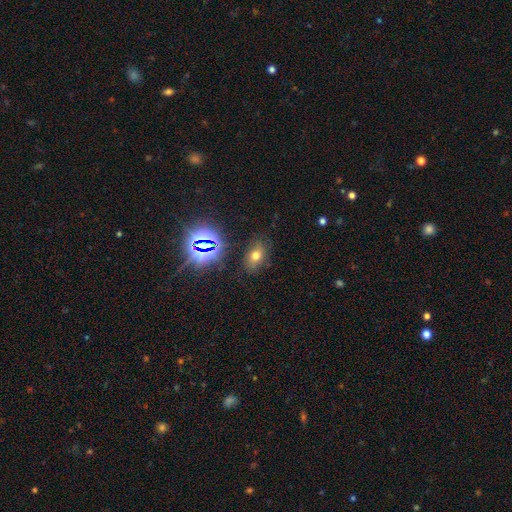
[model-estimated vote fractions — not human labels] Smooth or featured? smooth (59%)
How rounded? in between (79%)
Merging? none (81%)